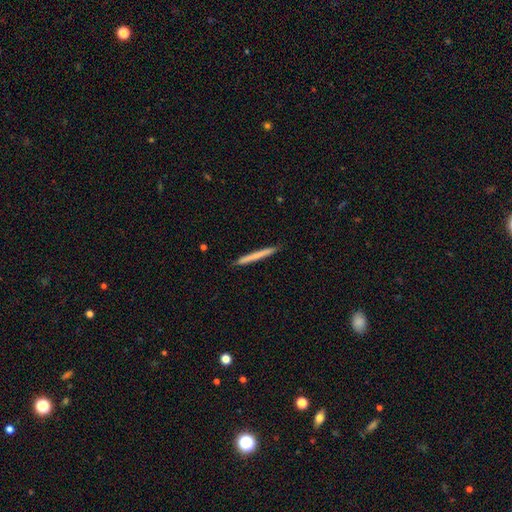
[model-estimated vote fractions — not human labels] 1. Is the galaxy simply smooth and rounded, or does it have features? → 64% smooth, 30% featured or disk, 5% star or artifact.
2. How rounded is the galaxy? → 97% cigar-shaped, 2% in between, 1% round.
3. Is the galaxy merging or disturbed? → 92% none, 6% minor disturbance, 1% major disturbance, 1% merger.